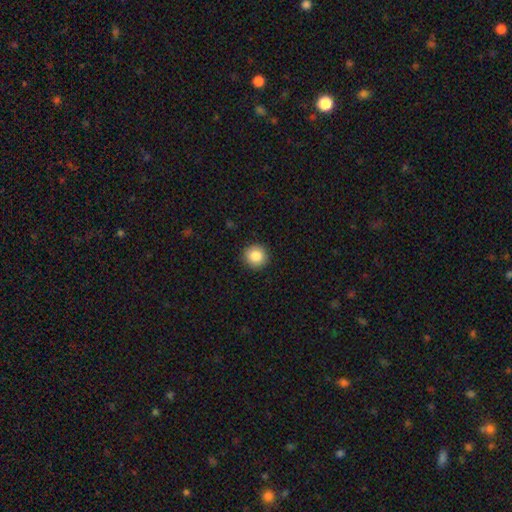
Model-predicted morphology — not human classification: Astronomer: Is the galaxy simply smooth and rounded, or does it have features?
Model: smooth — 86%.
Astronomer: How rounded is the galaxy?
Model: round — 94%.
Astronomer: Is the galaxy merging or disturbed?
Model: none — 92%.